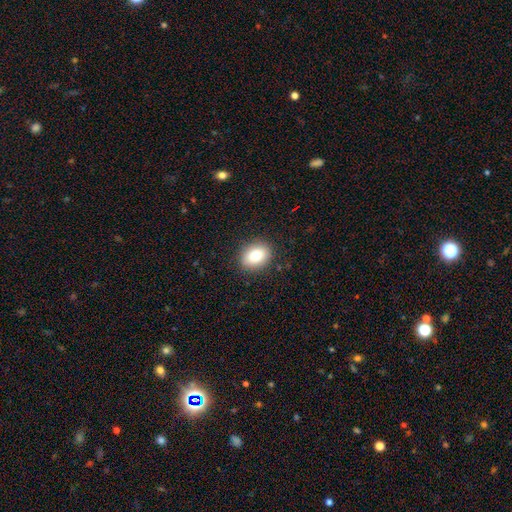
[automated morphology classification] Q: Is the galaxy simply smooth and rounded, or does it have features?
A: smooth — 81%.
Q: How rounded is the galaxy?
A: in between — 62%.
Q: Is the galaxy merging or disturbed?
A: none — 88%.